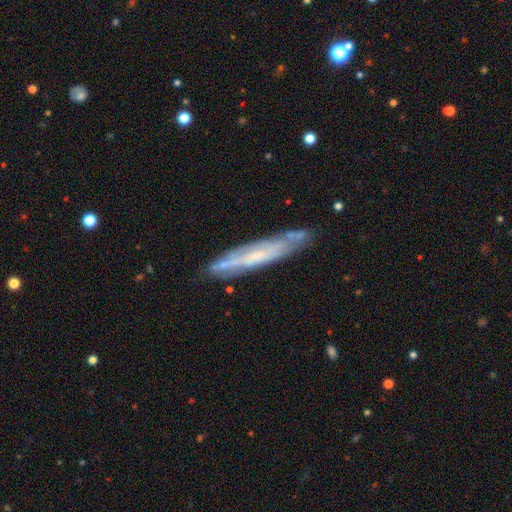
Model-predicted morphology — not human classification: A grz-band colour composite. It shows a featured or disk galaxy (65%) viewed edge-on (65%). Merging: none (72%).